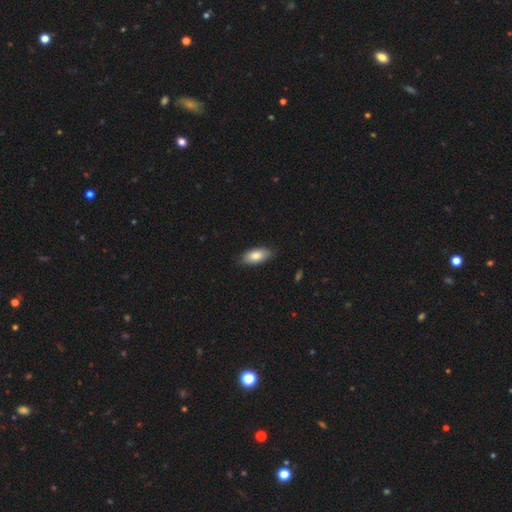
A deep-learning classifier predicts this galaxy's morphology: smooth-or-featured: smooth: 81% | featured or disk: 13% | star or artifact: 6%
  how-rounded: in between: 90% | cigar-shaped: 7% | round: 3%
  merging: none: 81% | minor disturbance: 15% | major disturbance: 2% | merger: 1%